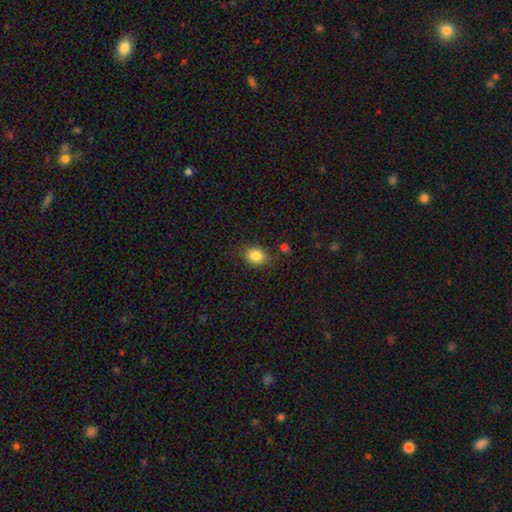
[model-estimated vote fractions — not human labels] This appears to be a smooth galaxy with no disk features (85%) that is in between round and cigar-shaped (60%). Merging: none (78%).